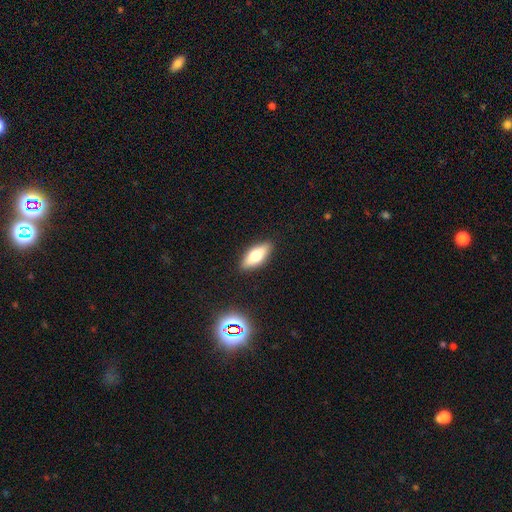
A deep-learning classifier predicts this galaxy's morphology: Smooth or featured? smooth (64%)
How rounded? in between (73%)
Merging? none (88%)